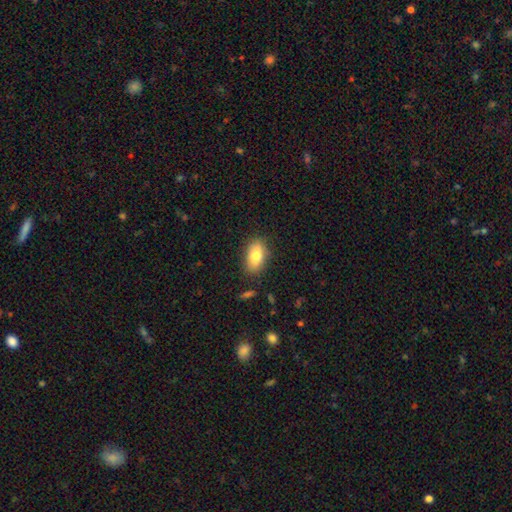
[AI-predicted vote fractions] Smooth or featured?
  - smooth: 78% *
  - featured or disk: 14%
  - star or artifact: 7%
How rounded?
  - in between: 88% *
  - round: 7%
  - cigar-shaped: 5%
Merging?
  - none: 84% *
  - minor disturbance: 12%
  - major disturbance: 3%
  - merger: 2%